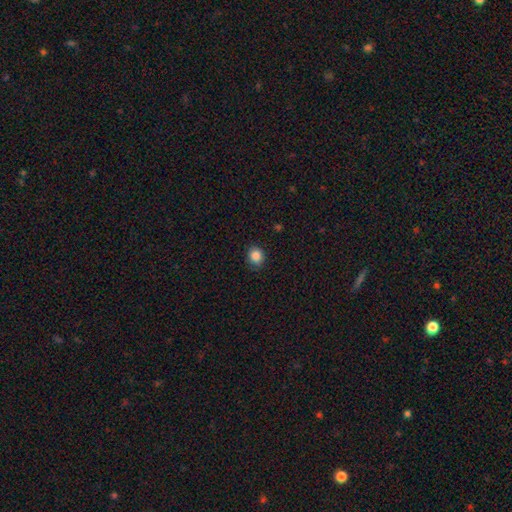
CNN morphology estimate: A smooth galaxy with no disk features (87%) that is round (78%). Merging: none (83%).